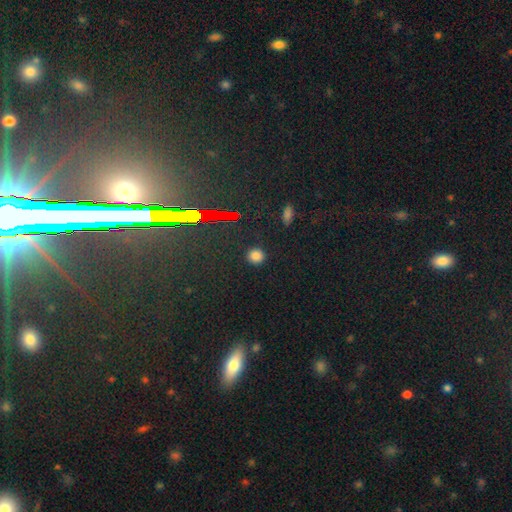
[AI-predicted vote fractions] Morphology: type=smooth (78%); roundness=round (92%); merging=none (90%).